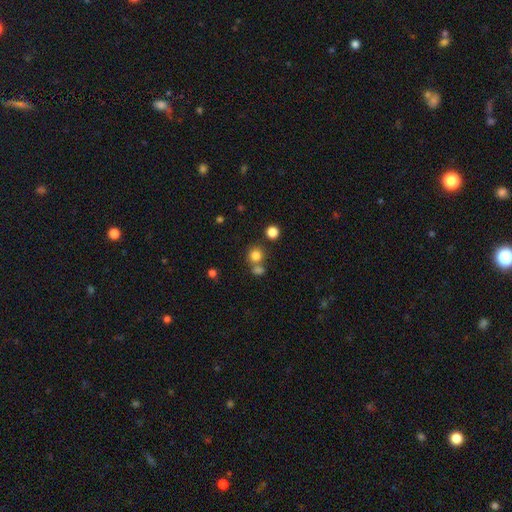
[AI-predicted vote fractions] A smooth galaxy with no disk features (80%) that is round (88%). Merging: none (62%).